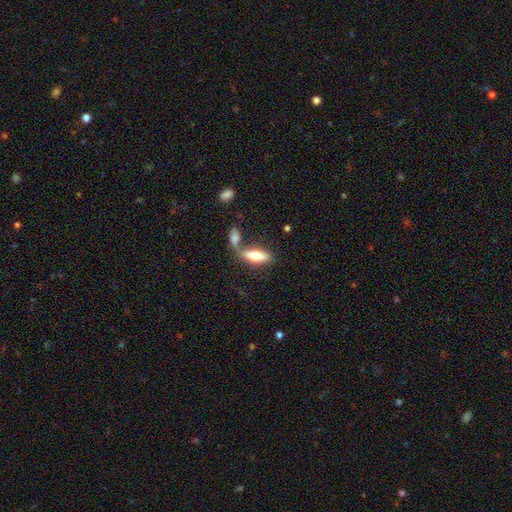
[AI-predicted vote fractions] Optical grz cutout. It shows a smooth galaxy with no disk features (67%) that is in between round and cigar-shaped (70%). Merging: merger (43%).